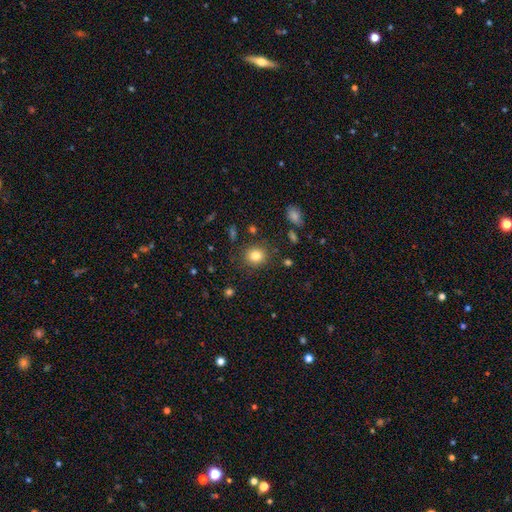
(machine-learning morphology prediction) This is clearly a smooth galaxy (82%). How rounded: clearly round (82%). Merging: clearly none (85%).